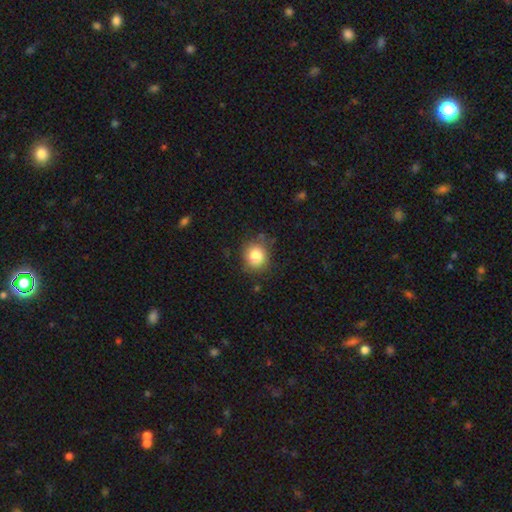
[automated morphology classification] Q: Smooth or featured?
A: smooth (83%); runner-up: star or artifact (9%)
Q: How rounded?
A: round (82%); runner-up: in between (17%)
Q: Merging?
A: none (80%); runner-up: minor disturbance (14%)